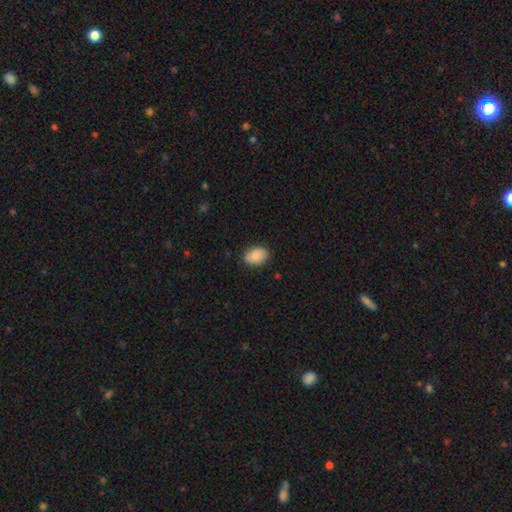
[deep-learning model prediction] Smooth or featured? Predicted: smooth (p=0.84). How rounded? Predicted: in between (p=0.81). Merging? Predicted: none (p=0.82).